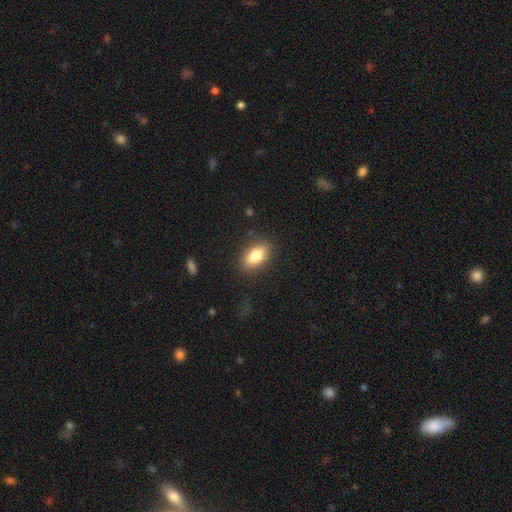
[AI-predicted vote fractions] Smooth or featured?
  - smooth: 81% *
  - featured or disk: 11%
  - star or artifact: 8%
How rounded?
  - in between: 89% *
  - round: 8%
  - cigar-shaped: 3%
Merging?
  - none: 86% *
  - minor disturbance: 10%
  - major disturbance: 3%
  - merger: 1%